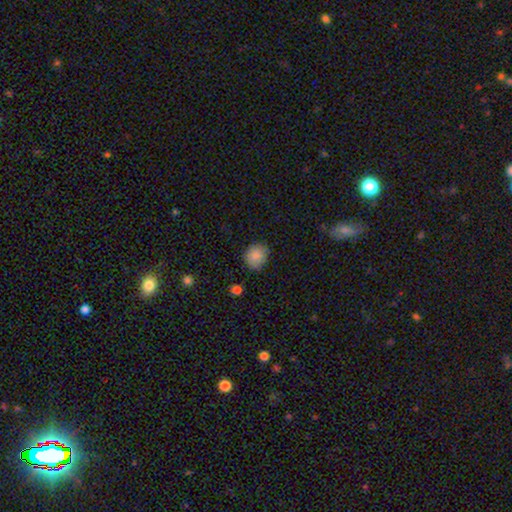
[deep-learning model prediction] smooth_or_featured: smooth (p=0.86) [alt: star or artifact p=0.08]
how_rounded: round (p=0.78) [alt: in between p=0.21]
merging: none (p=0.81) [alt: minor disturbance p=0.15]